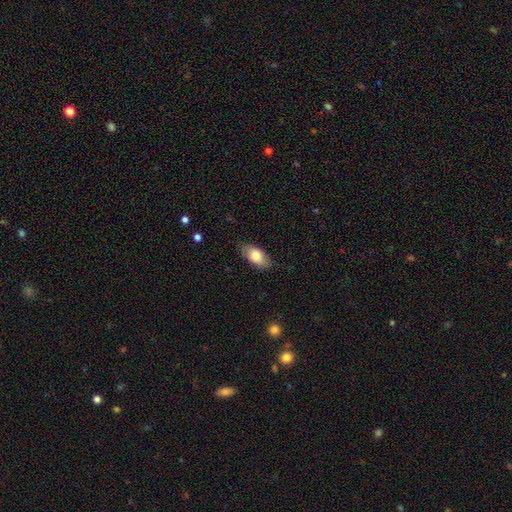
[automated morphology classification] smooth_or_featured: smooth (p=0.79) [alt: featured or disk p=0.15]
how_rounded: in between (p=0.91) [alt: cigar-shaped p=0.05]
merging: none (p=0.80) [alt: minor disturbance p=0.15]